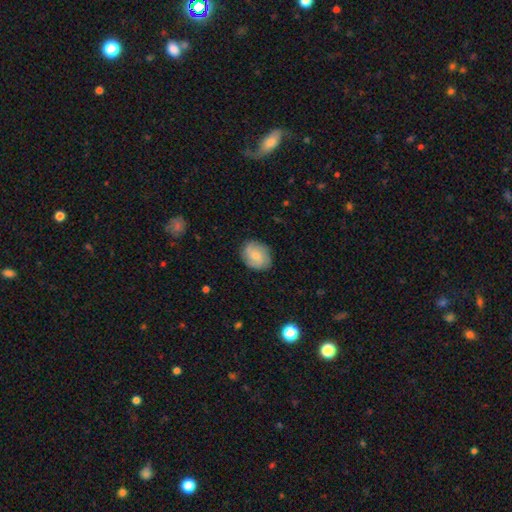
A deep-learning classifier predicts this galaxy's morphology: Overall: smooth (57%; featured or disk 36%). How rounded: in between (52%; round 46%). Merging: none (83%).